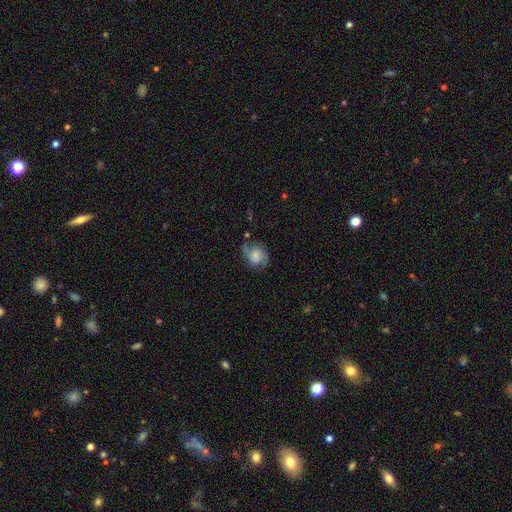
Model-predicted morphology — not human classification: Smooth or featured? Predicted: featured or disk (p=0.50). Edge-on disk? Predicted: no (p=0.97). Merging? Predicted: none (p=0.61).